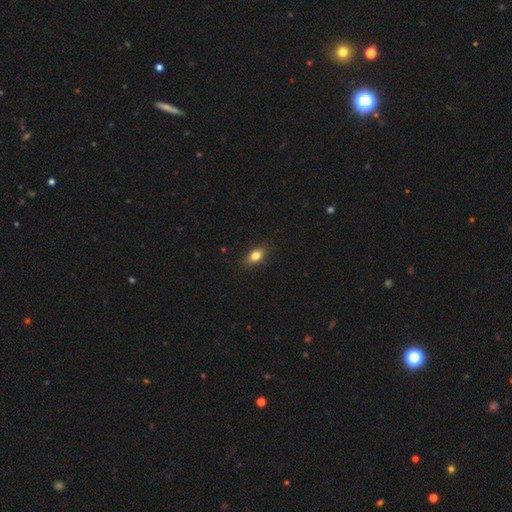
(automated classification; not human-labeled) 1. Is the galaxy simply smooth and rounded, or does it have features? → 80% smooth, 11% featured or disk, 9% star or artifact.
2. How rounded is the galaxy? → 81% in between, 13% round, 6% cigar-shaped.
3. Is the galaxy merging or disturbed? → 85% none, 11% minor disturbance, 2% major disturbance, 1% merger.